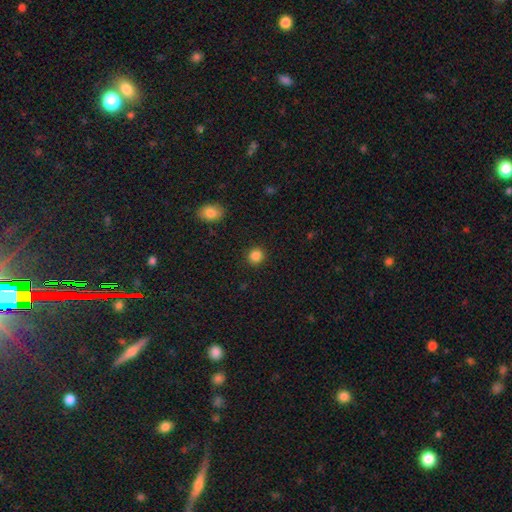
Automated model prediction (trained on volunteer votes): This appears to be a smooth galaxy with no disk features (85%) that is round (88%). Merging: none (92%).